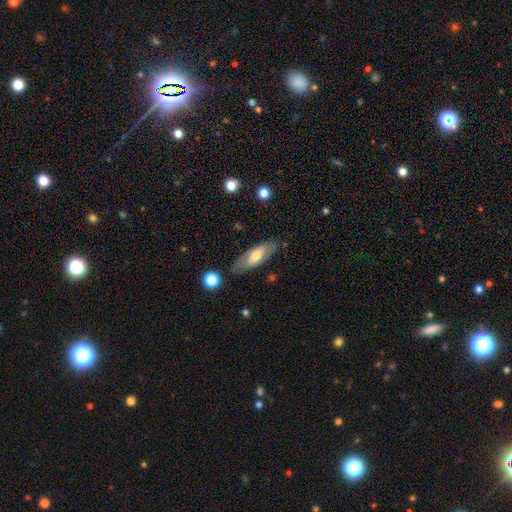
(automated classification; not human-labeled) Q: Smooth or featured?
A: smooth (51%); runner-up: featured or disk (43%)
Q: How rounded?
A: in between (63%); runner-up: cigar-shaped (34%)
Q: Merging?
A: none (79%); runner-up: minor disturbance (15%)